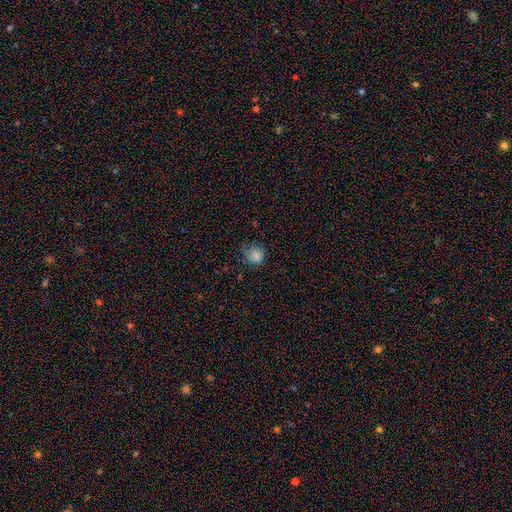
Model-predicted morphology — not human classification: A smooth galaxy with no disk features (80%) that is round (82%).

Vote fractions:
- Smooth or featured? smooth: 80% / star or artifact: 14% / featured or disk: 7%
- How rounded? round: 82% / in between: 17% / cigar-shaped: 1%
- Merging? none: 66% / minor disturbance: 24% / major disturbance: 8% / merger: 2%